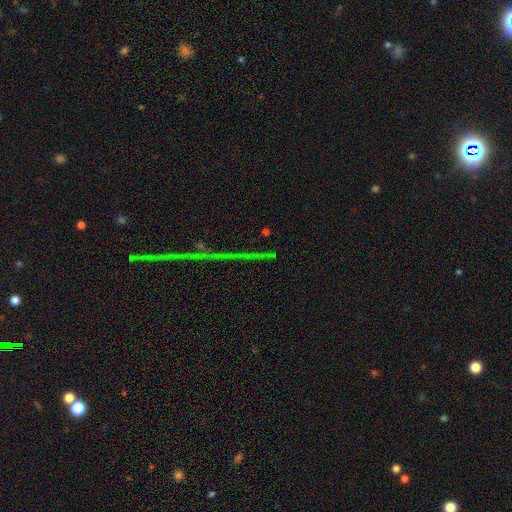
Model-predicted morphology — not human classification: Q: Smooth or featured?
A: star or artifact (78%); runner-up: featured or disk (12%)